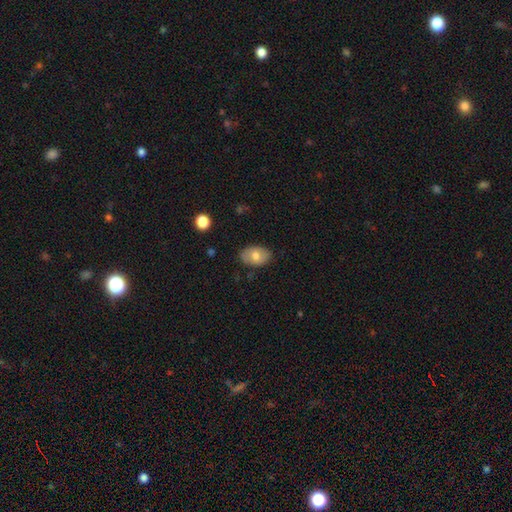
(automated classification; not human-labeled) Overall: smooth (70%). How rounded: in between (87%). Merging: none (82%).